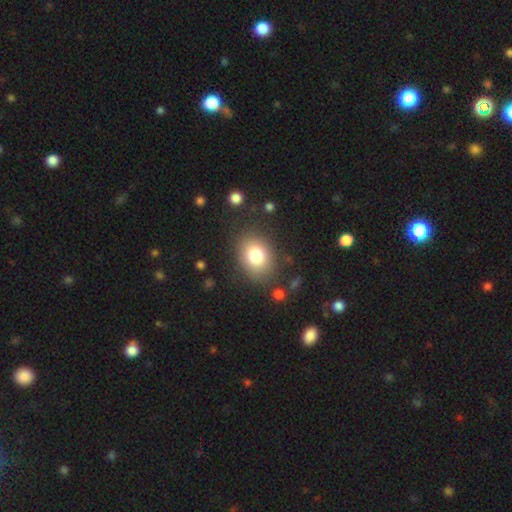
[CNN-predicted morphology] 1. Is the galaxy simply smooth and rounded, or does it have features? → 80% smooth, 10% featured or disk, 10% star or artifact.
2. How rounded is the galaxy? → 57% in between, 43% round, 1% cigar-shaped.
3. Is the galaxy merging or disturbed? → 82% none, 11% minor disturbance, 5% major disturbance, 3% merger.